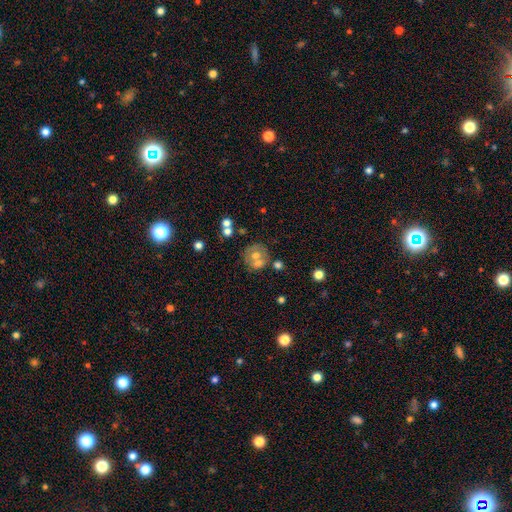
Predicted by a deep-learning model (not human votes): Overall: smooth (56%; featured or disk 33%). How rounded: round (84%). Merging: none (50%; merger 33%).